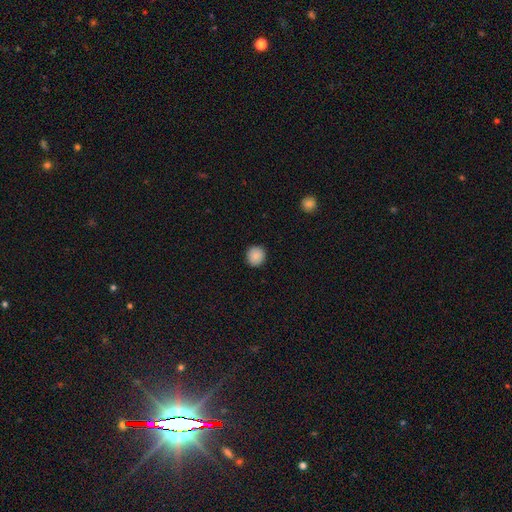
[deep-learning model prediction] Q: Smooth or featured?
A: smooth (88%); runner-up: star or artifact (9%)
Q: How rounded?
A: round (92%); runner-up: in between (7%)
Q: Merging?
A: none (92%); runner-up: minor disturbance (5%)